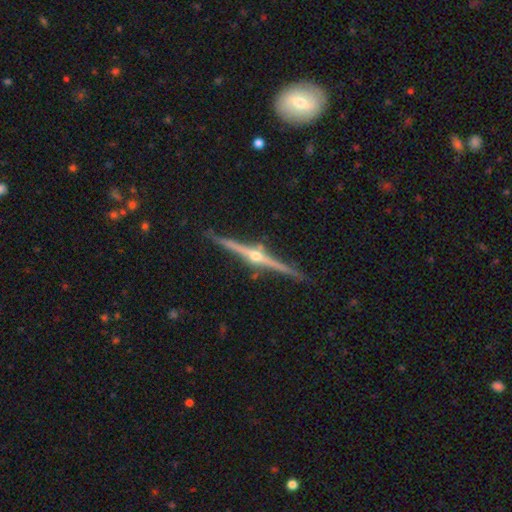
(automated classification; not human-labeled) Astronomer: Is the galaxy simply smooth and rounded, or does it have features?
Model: featured or disk — 89%.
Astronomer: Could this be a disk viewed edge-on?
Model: yes — 99%.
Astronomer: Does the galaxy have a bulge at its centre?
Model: rounded — 96%.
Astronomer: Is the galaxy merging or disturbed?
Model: none — 89%.